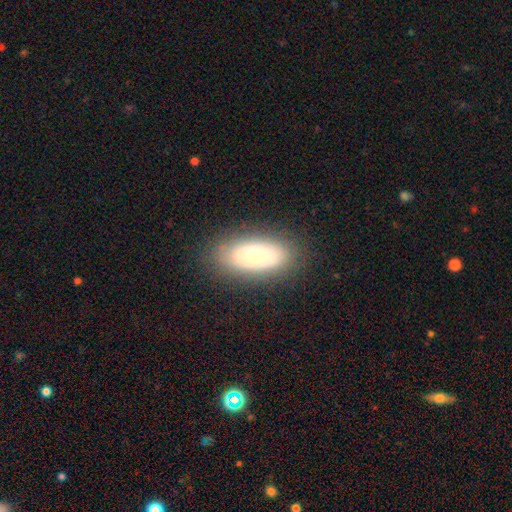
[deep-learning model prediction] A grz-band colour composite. It shows a smooth galaxy with no disk features (61%) that is in between round and cigar-shaped (89%). Merging: none (82%).